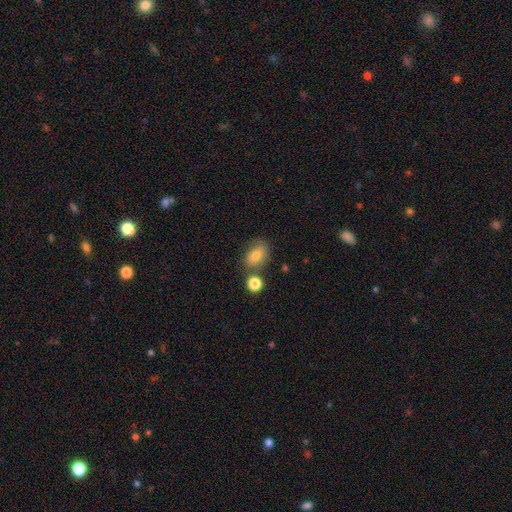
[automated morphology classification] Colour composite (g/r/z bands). It shows a smooth galaxy with no disk features (72%) that is in between round and cigar-shaped (69%). Merging: none (59%).